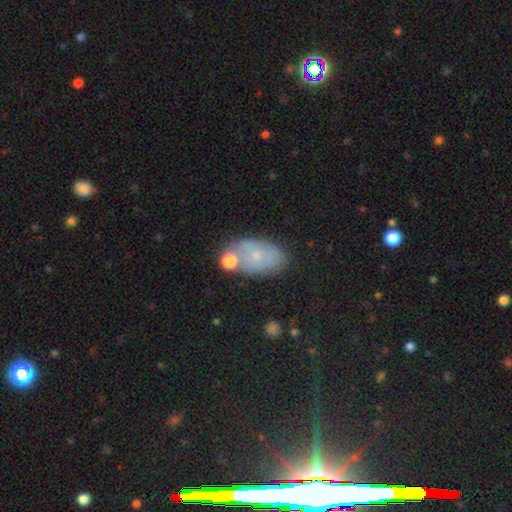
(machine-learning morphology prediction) Q: Smooth or featured?
A: smooth (58%); runner-up: featured or disk (29%)
Q: How rounded?
A: in between (89%); runner-up: round (9%)
Q: Merging?
A: none (62%); runner-up: minor disturbance (19%)